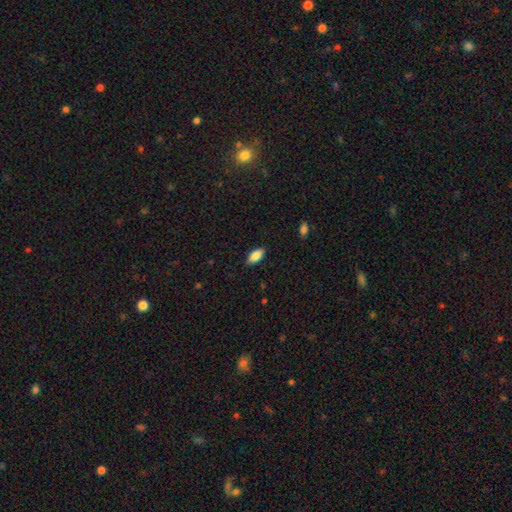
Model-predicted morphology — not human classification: Overall: smooth (86%). How rounded: in between (89%). Merging: none (86%).